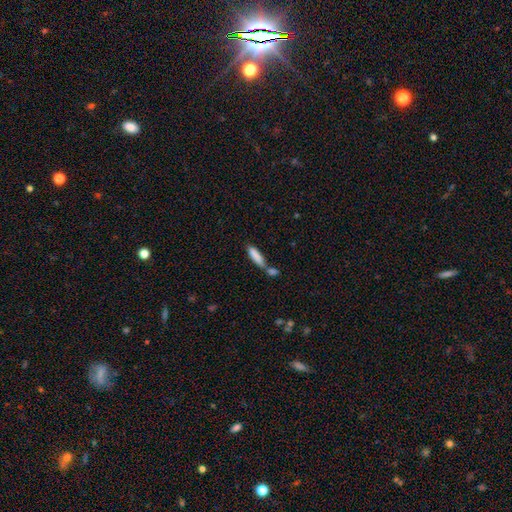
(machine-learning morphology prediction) Smooth or featured? smooth (83%)
How rounded? cigar-shaped (60%)
Merging? merger (47%)